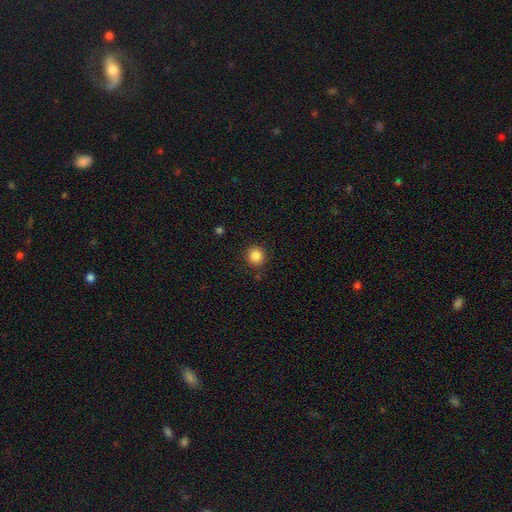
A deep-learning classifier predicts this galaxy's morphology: A smooth galaxy with no disk features (85%) that is round (92%). Merging: none (90%).